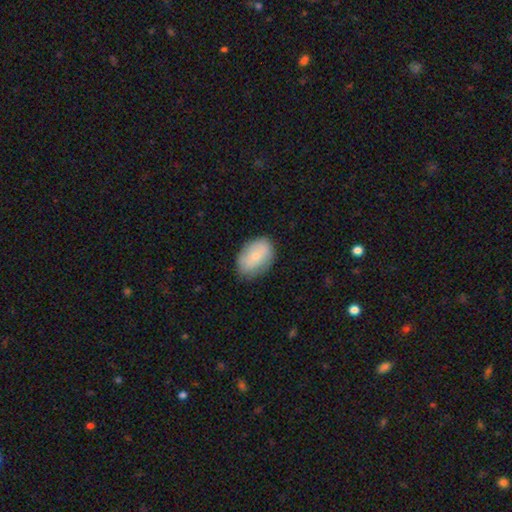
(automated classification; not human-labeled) Smooth or featured?
  - smooth: 67% *
  - featured or disk: 27%
  - star or artifact: 7%
How rounded?
  - in between: 82% *
  - round: 17%
  - cigar-shaped: 1%
Merging?
  - none: 77% *
  - minor disturbance: 18%
  - major disturbance: 4%
  - merger: 1%